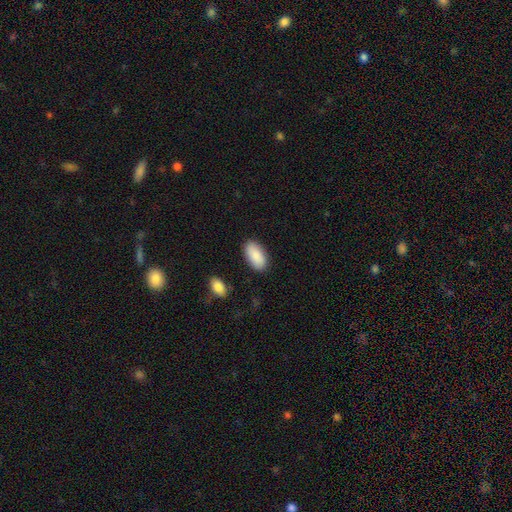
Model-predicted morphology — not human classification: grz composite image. It shows a smooth galaxy with no disk features (87%) that is in between round and cigar-shaped (94%). Merging: none (86%).